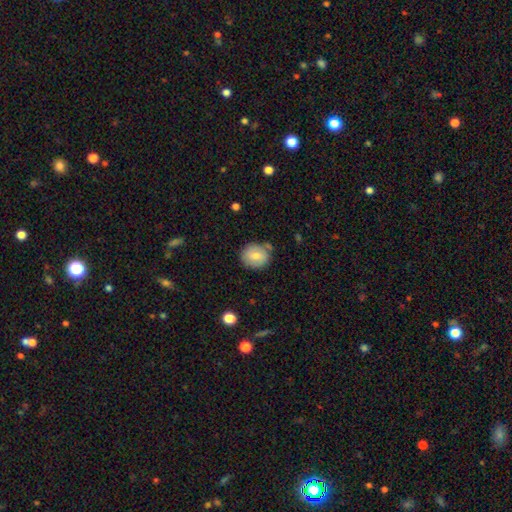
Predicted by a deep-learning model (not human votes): Smooth or featured? smooth (72%)
How rounded? round (71%)
Merging? none (73%)